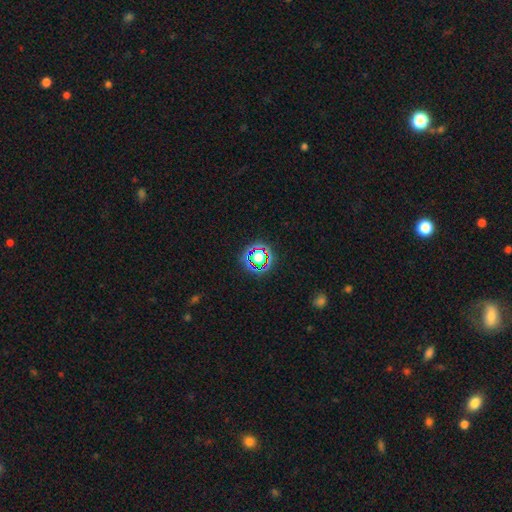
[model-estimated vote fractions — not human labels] Smooth or featured: star or artifact — 59% (smooth — 29%)